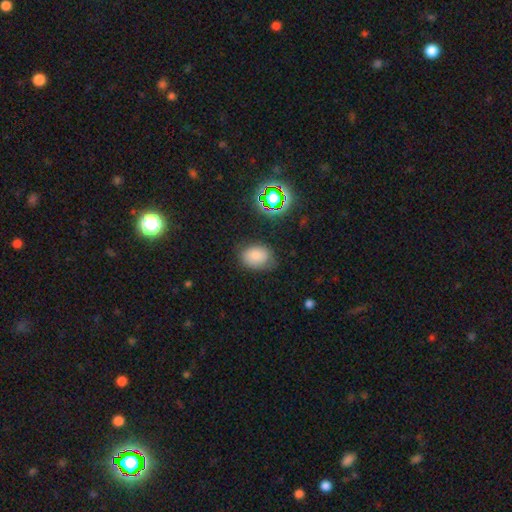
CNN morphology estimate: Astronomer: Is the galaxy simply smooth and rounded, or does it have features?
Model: smooth — 76%.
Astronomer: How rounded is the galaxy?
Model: in between — 68%.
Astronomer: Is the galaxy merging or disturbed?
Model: none — 70%.